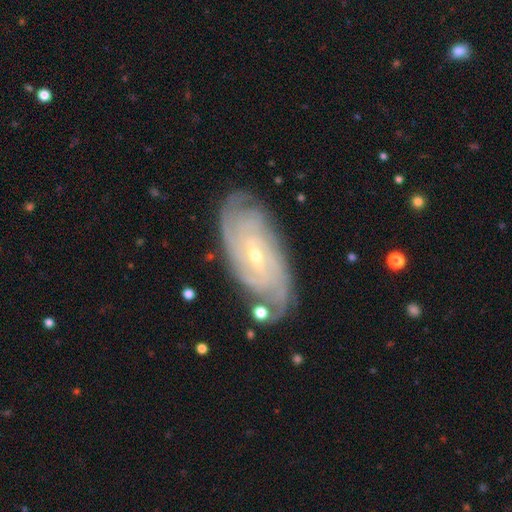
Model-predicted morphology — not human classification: Smooth or featured: featured or disk — 87% (smooth — 7%)
Edge-on disk: no — 94% (yes — 6%)
Bar: weak — 46% (no — 38%)
Spiral arms: yes — 97% (no — 3%)
Spiral winding: tight — 79% (medium — 17%)
Spiral arm count: can't tell — 32% (4 — 27%)
Bulge size: small — 71% (moderate — 26%)
Merging: none — 78% (minor disturbance — 15%)